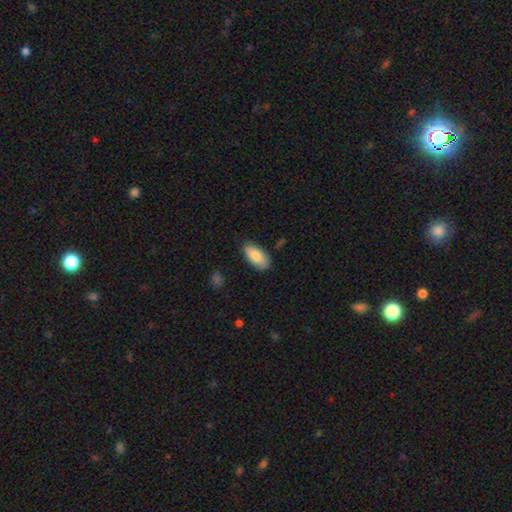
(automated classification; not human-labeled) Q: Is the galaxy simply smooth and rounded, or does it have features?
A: smooth — 85%.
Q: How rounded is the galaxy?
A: in between — 91%.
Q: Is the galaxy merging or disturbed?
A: none — 82%.